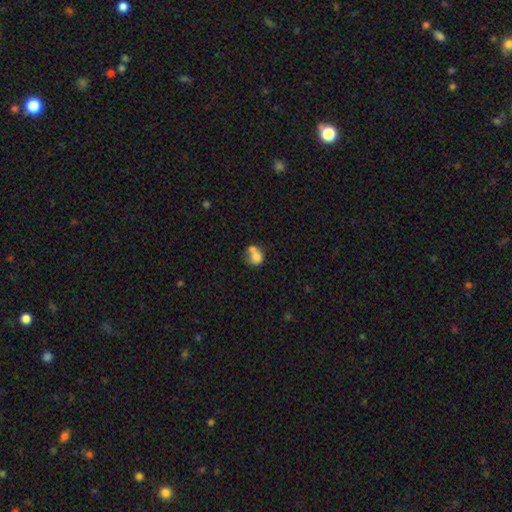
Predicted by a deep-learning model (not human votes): Smooth or featured: smooth — 72% (featured or disk — 18%)
How rounded: round — 59% (in between — 40%)
Merging: merger — 54% (none — 26%)